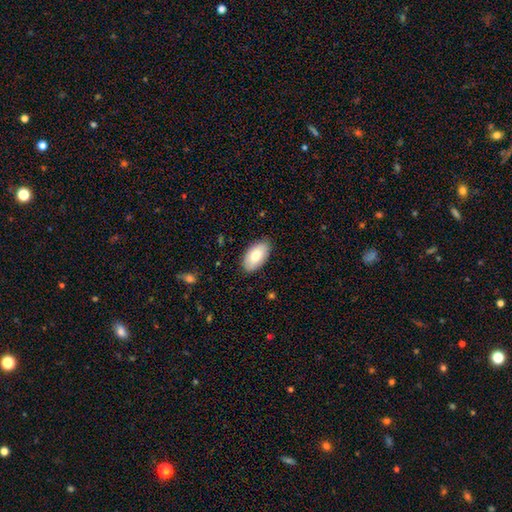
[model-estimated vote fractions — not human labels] Morphology: type=smooth (82%); roundness=in between (96%); merging=none (86%).